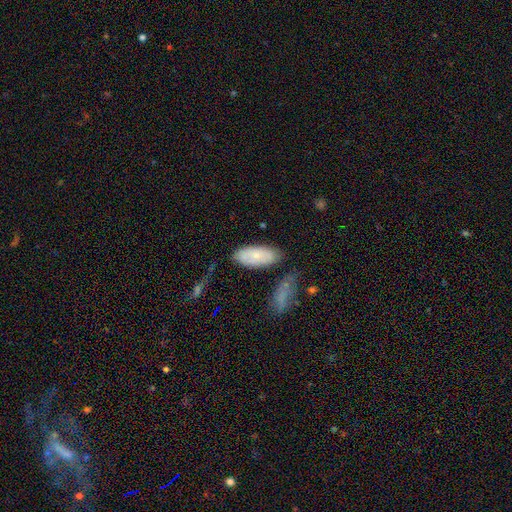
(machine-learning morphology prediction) Q: Smooth or featured?
A: smooth (67%); runner-up: featured or disk (26%)
Q: How rounded?
A: in between (87%); runner-up: cigar-shaped (11%)
Q: Merging?
A: none (71%); runner-up: minor disturbance (18%)